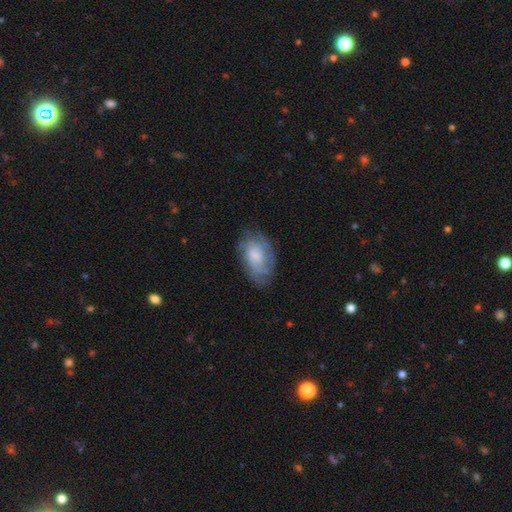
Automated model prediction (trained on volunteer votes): The model was most divided on "smooth or featured": featured or disk: 48%, smooth: 44%, star or artifact: 8%. More confident: merging — none (66%).